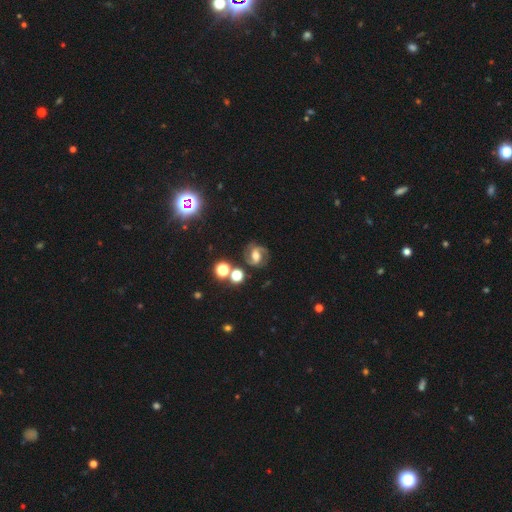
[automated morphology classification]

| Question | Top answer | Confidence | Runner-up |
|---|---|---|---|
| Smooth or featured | featured or disk | 78% | smooth (11%) |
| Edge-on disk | no | 98% | yes (2%) |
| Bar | weak | 45% | no (28%) |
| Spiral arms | yes | 95% | no (5%) |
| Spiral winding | medium | 57% | tight (28%) |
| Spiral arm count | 2 | 88% | 3 (4%) |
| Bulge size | moderate | 66% | large (15%) |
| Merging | none | 78% | minor disturbance (13%) |